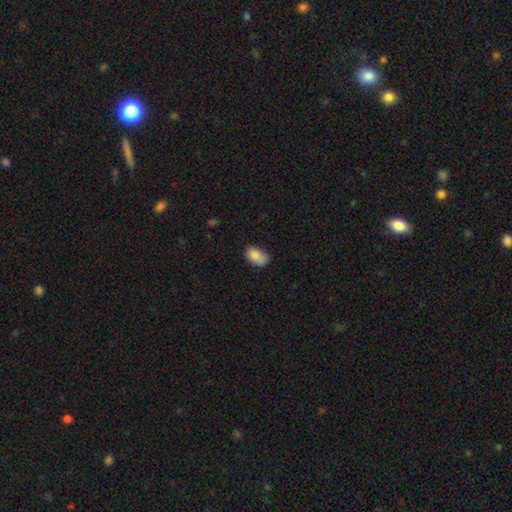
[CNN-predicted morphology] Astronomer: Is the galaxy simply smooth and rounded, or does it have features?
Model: smooth — 85%.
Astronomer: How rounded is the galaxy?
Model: in between — 89%.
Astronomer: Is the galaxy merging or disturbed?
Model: none — 55% (runner-up: minor disturbance, 33%).